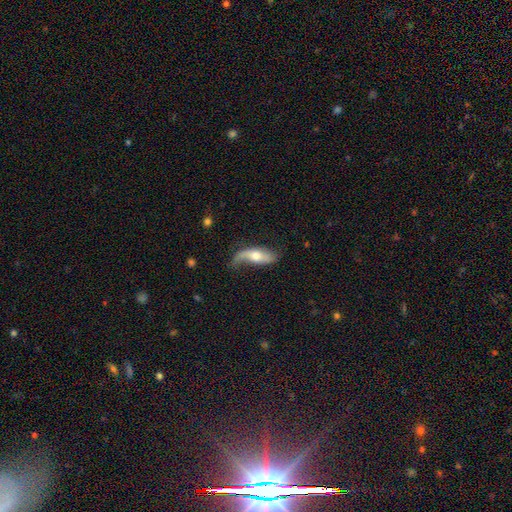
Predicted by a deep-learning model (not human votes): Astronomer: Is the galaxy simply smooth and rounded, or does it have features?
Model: featured or disk — 54% (runner-up: smooth, 40%).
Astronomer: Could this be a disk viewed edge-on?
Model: no — 76%.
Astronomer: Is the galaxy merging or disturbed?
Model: none — 41% (runner-up: minor disturbance, 34%).